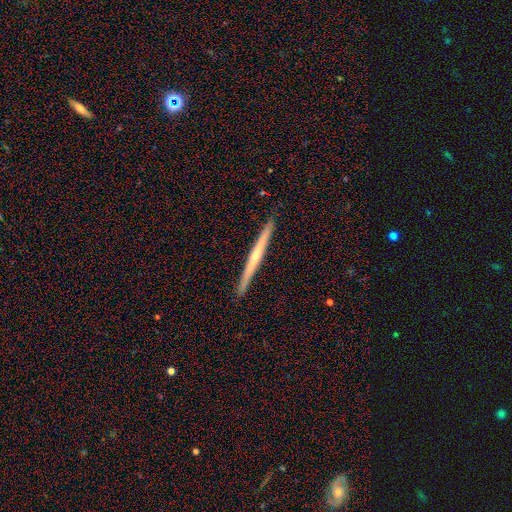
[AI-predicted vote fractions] This appears to be a featured or disk galaxy (63%) viewed edge-on (98%) with no central bulge (57%). Merging: none (93%).